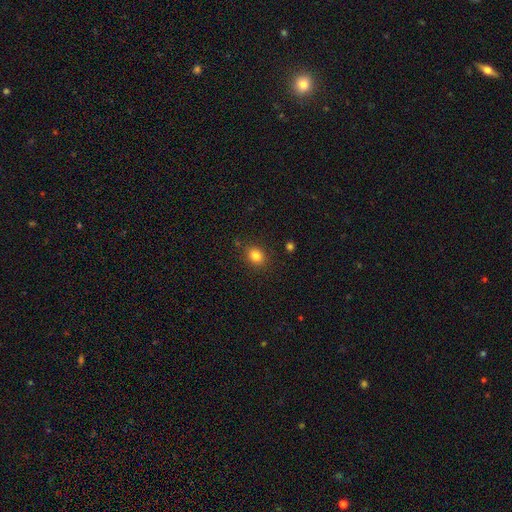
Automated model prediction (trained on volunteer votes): Smooth or featured?
  - smooth: 83% *
  - star or artifact: 12%
  - featured or disk: 6%
How rounded?
  - round: 55% *
  - in between: 44%
  - cigar-shaped: 1%
Merging?
  - none: 85% *
  - minor disturbance: 10%
  - major disturbance: 3%
  - merger: 2%